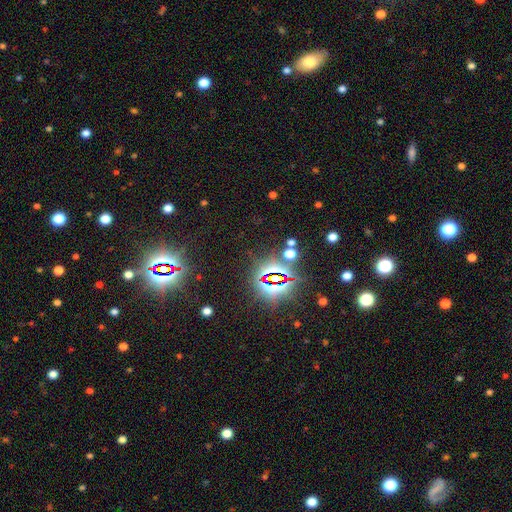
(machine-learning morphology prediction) A star or artifact, not a galaxy (81%).

Vote fractions:
- Smooth or featured? star or artifact: 81% / smooth: 11% / featured or disk: 7%